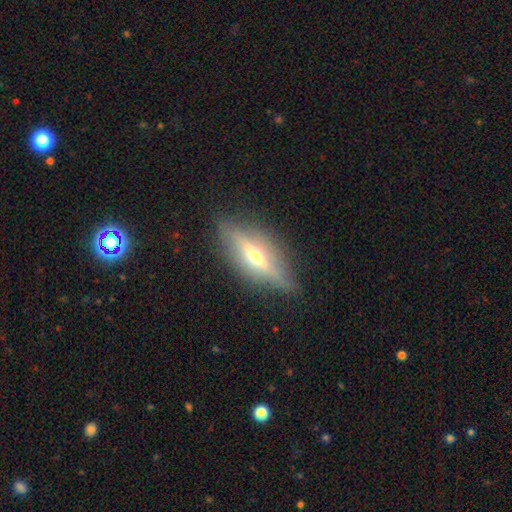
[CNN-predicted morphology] type=featured or disk (71%); edge-on=yes (91%); edge-on bulge=rounded (91%); merging=none (84%).